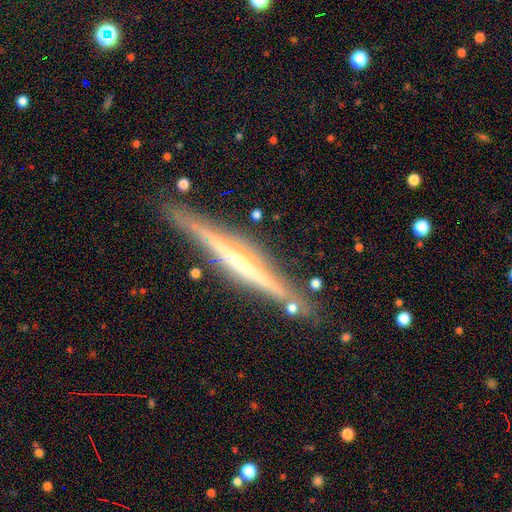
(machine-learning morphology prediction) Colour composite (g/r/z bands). It shows a featured or disk galaxy (81%) viewed edge-on (97%) with a rounded central bulge (56%). Merging: none (84%).